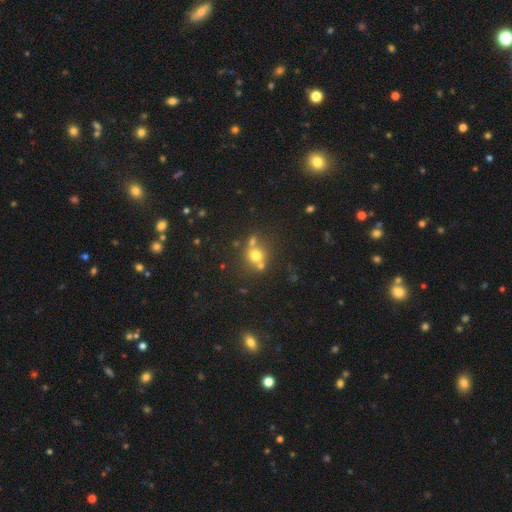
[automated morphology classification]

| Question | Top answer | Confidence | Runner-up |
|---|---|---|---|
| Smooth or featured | smooth | 65% | star or artifact (19%) |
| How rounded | round | 79% | in between (20%) |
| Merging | none | 54% | merger (31%) |